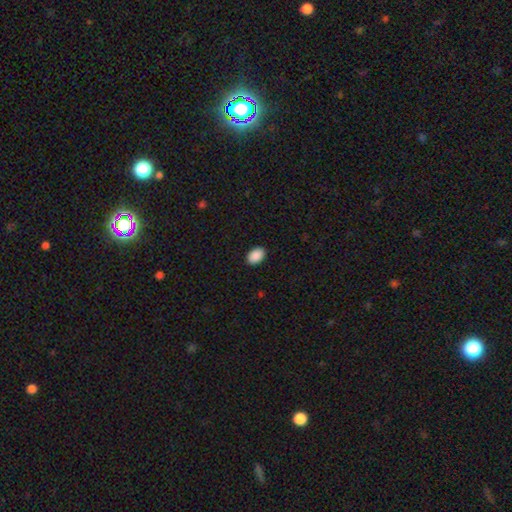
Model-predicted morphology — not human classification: Q: Smooth or featured?
A: smooth (91%); runner-up: star or artifact (7%)
Q: How rounded?
A: in between (88%); runner-up: round (11%)
Q: Merging?
A: none (90%); runner-up: minor disturbance (7%)